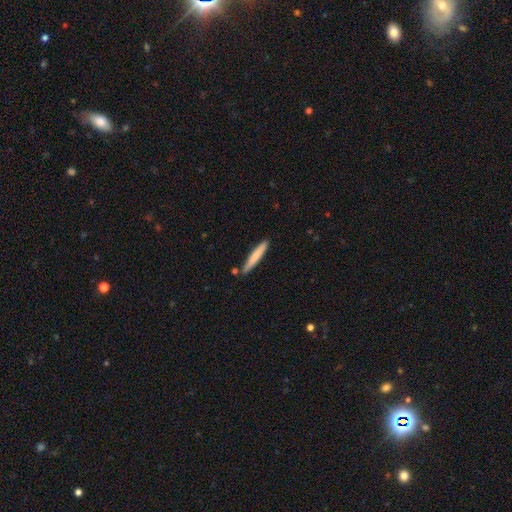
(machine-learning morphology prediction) type=smooth (74%); roundness=cigar-shaped (95%); merging=none (84%).